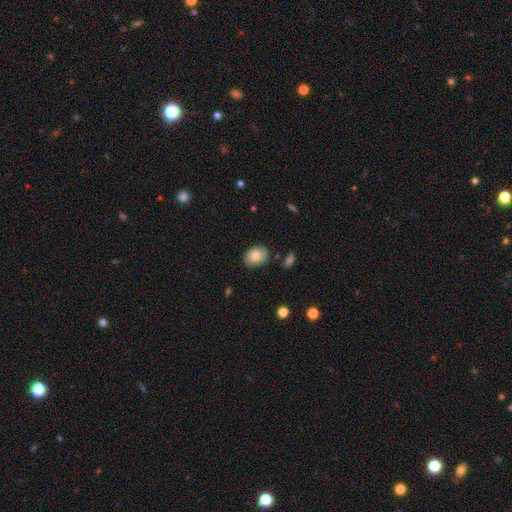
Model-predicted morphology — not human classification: This appears to be a smooth galaxy with no disk features (74%) that is in between round and cigar-shaped (68%). Merging: none (81%).